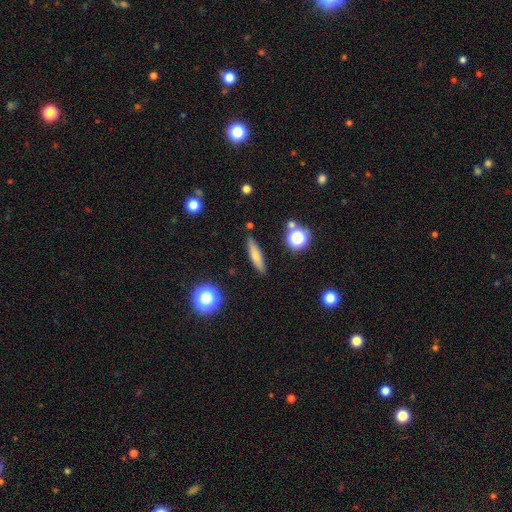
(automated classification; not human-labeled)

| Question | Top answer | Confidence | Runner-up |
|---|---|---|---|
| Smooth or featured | smooth | 68% | featured or disk (23%) |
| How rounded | cigar-shaped | 77% | in between (19%) |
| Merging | none | 87% | minor disturbance (9%) |